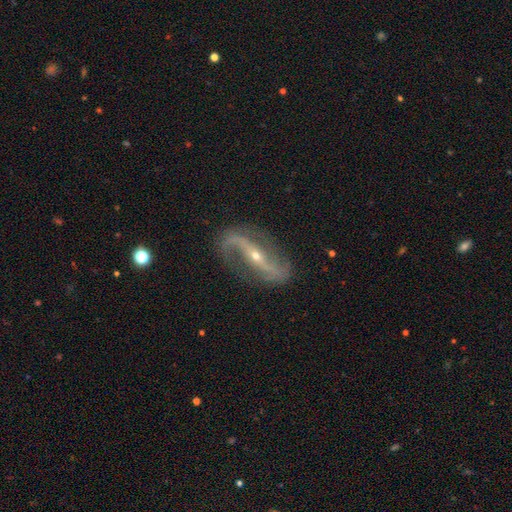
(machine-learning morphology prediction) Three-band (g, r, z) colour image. It shows a featured or disk galaxy (90%) with a strong bar (54%), 2 (93%) loose (67%) spiral arms (95%) and a small central bulge (71%). Merging: none (81%).